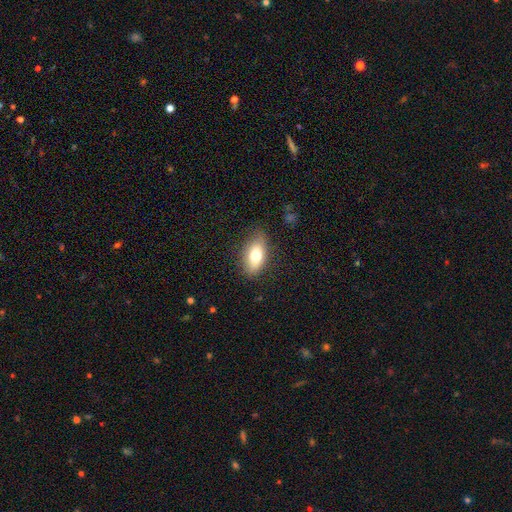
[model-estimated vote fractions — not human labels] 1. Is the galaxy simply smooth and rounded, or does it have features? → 74% smooth, 18% featured or disk, 8% star or artifact.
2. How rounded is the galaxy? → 86% in between, 8% cigar-shaped, 6% round.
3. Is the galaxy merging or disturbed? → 82% none, 14% minor disturbance, 3% major disturbance, 1% merger.